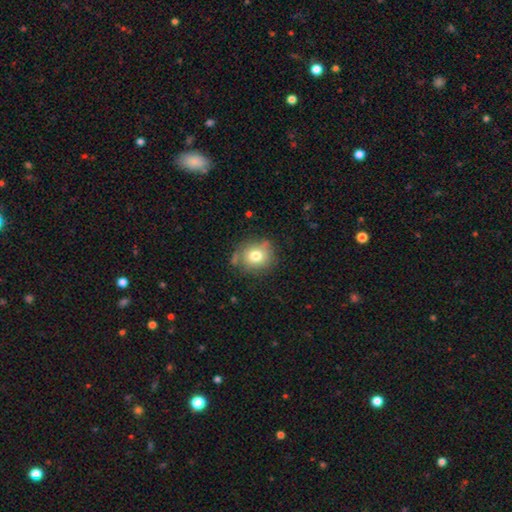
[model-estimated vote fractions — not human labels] smooth-or-featured: smooth: 76% | featured or disk: 14% | star or artifact: 11%
  how-rounded: round: 78% | in between: 21% | cigar-shaped: 1%
  merging: none: 71% | minor disturbance: 18% | merger: 6% | major disturbance: 5%